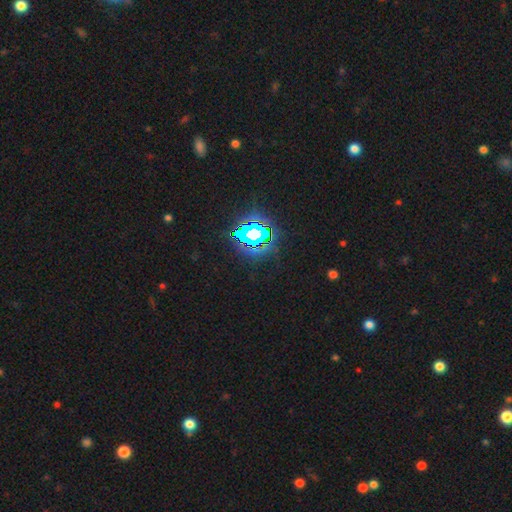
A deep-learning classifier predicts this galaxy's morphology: Overall: star or artifact (85%).